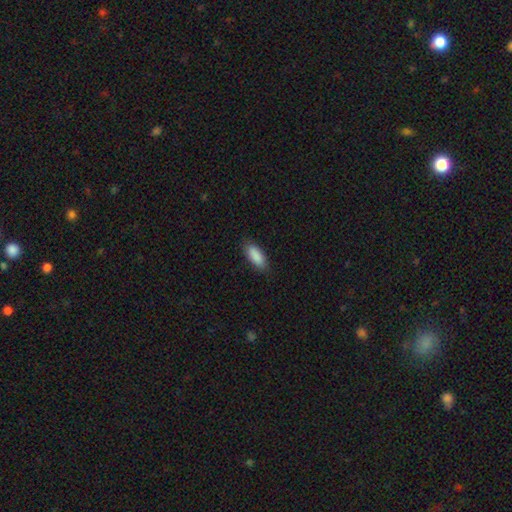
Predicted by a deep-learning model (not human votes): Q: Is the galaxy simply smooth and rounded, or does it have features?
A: smooth — 90%.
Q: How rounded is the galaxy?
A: in between — 78%.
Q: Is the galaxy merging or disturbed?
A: none — 86%.